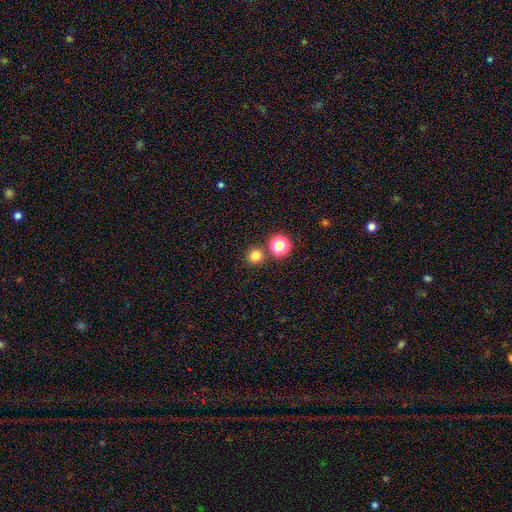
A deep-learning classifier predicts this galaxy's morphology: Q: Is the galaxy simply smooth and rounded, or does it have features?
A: smooth — 78%.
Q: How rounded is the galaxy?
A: round — 92%.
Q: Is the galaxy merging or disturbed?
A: none — 80%.